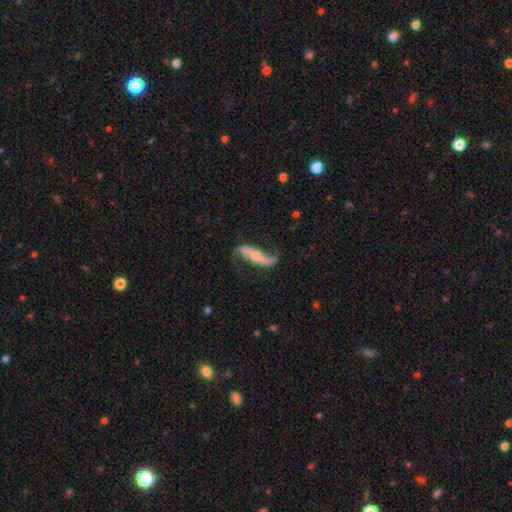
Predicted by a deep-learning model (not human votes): Smooth or featured: featured or disk — 82% (smooth — 13%)
Edge-on disk: no — 80% (yes — 20%)
Bar: no — 40% (strong — 37%)
Spiral arms: yes — 93% (no — 7%)
Spiral winding: loose — 86% (medium — 10%)
Spiral arm count: 2 — 89% (1 — 6%)
Bulge size: moderate — 46% (small — 45%)
Merging: none — 67% (minor disturbance — 19%)